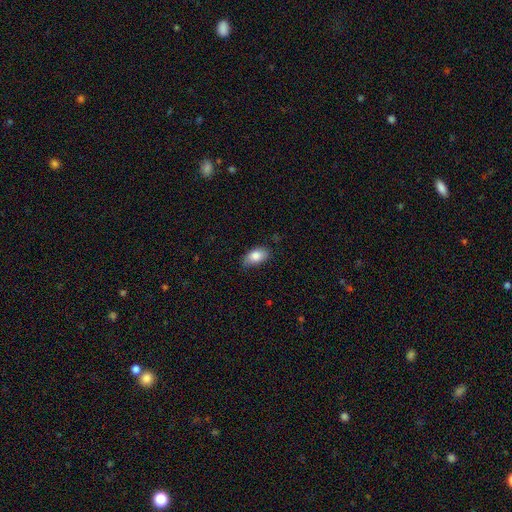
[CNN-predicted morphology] type=smooth (83%); roundness=in between (91%); merging=none (73%).